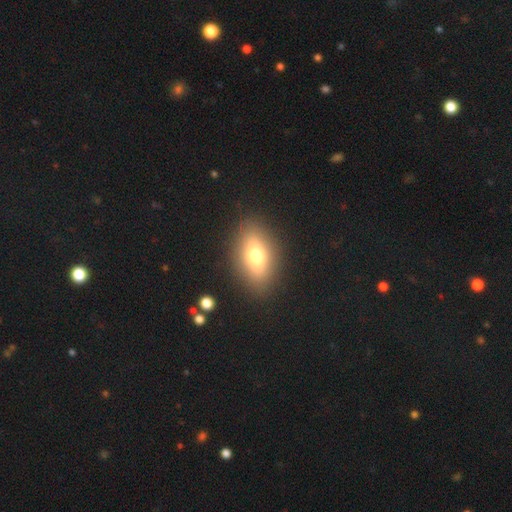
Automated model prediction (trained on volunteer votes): The model was most divided on "smooth or featured": smooth: 67%, featured or disk: 22%, star or artifact: 10%. More confident: merging — none (86%); how rounded — in between (82%).